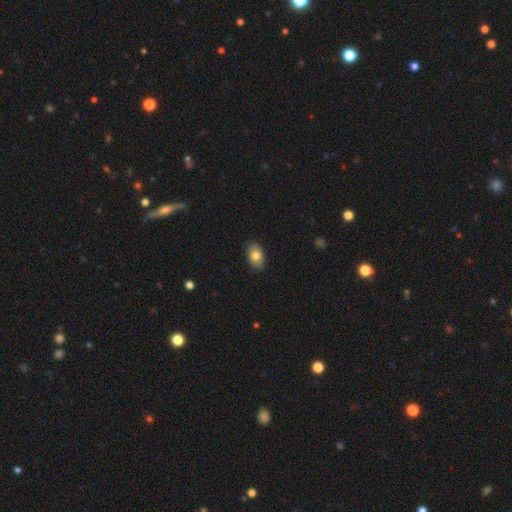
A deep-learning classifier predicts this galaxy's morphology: A smooth galaxy with no disk features (79%) that is in between round and cigar-shaped (88%). Merging: none (87%).